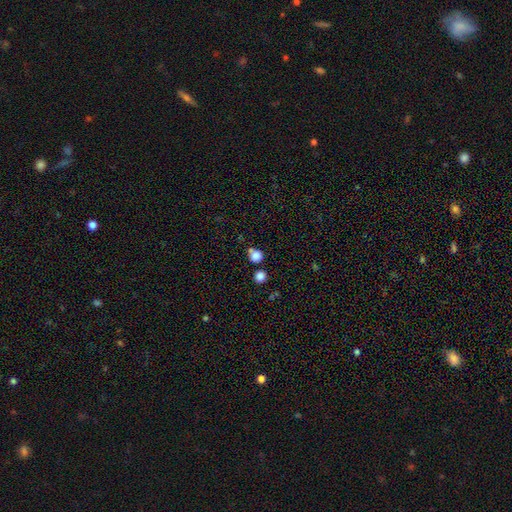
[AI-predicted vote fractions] A smooth galaxy with no disk features (82%) that is round (88%). Merging: none (69%).